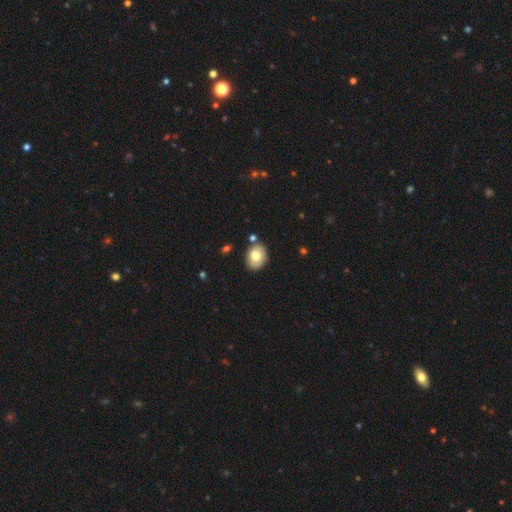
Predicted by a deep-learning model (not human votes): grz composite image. It shows a smooth galaxy with no disk features (76%) that is in between round and cigar-shaped (61%). Merging: none (82%).